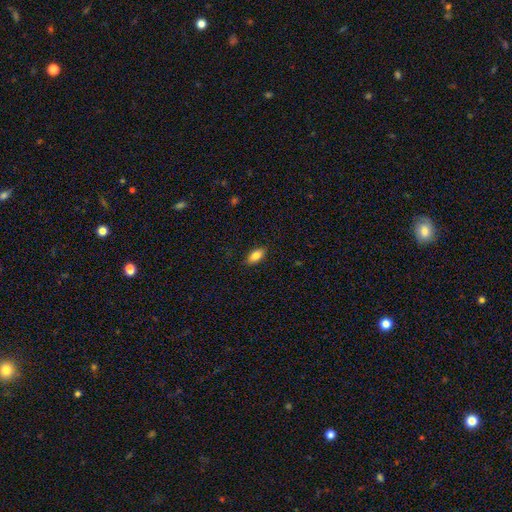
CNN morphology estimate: smooth-or-featured: smooth: 82% | featured or disk: 10% | star or artifact: 8%
  how-rounded: in between: 87% | cigar-shaped: 9% | round: 4%
  merging: none: 86% | minor disturbance: 11% | major disturbance: 2% | merger: 1%